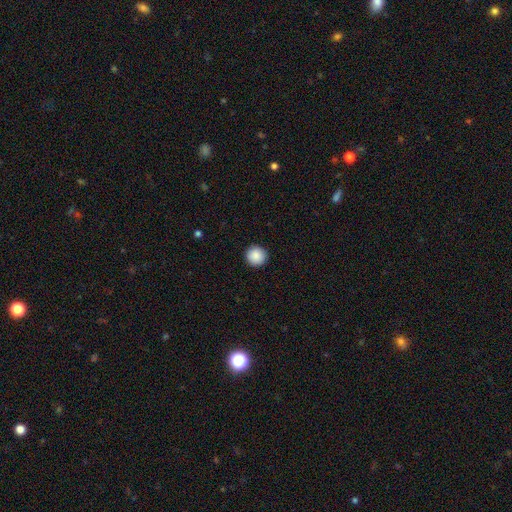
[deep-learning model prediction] smooth 89%, star or artifact 8%, featured or disk 3%. Down the decision tree: how rounded — round (96%); merging — none (93%).